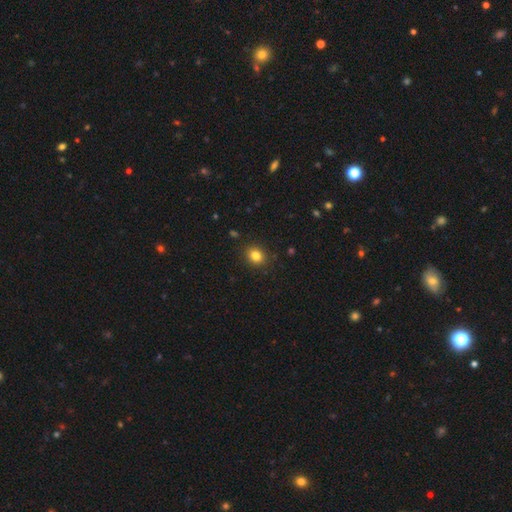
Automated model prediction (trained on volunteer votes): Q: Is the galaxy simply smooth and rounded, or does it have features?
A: smooth — 82%.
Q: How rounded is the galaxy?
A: round — 61%.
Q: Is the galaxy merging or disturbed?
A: none — 88%.